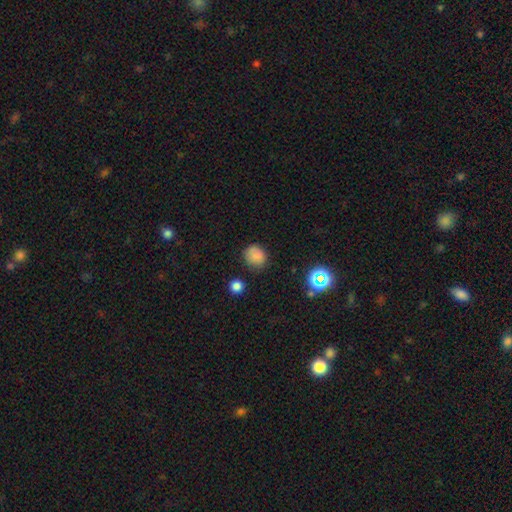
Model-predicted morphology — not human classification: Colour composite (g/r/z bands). It shows a smooth galaxy with no disk features (79%) that is round (73%). Merging: none (78%).